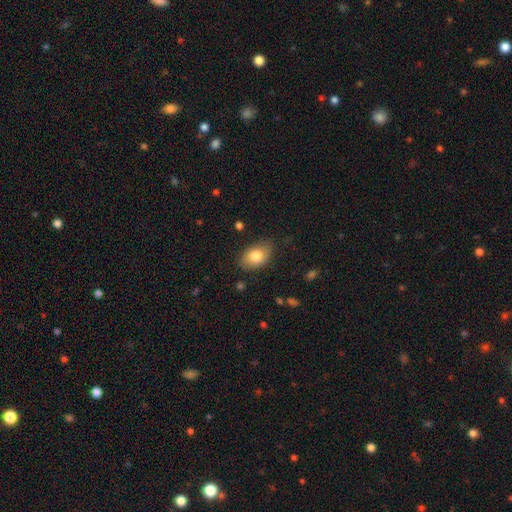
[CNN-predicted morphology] A smooth galaxy with no disk features (80%) that is in between round and cigar-shaped (86%).

Vote fractions:
- Smooth or featured? smooth: 80% / featured or disk: 13% / star or artifact: 8%
- How rounded? in between: 86% / round: 13% / cigar-shaped: 1%
- Merging? none: 77% / minor disturbance: 18% / major disturbance: 4% / merger: 1%